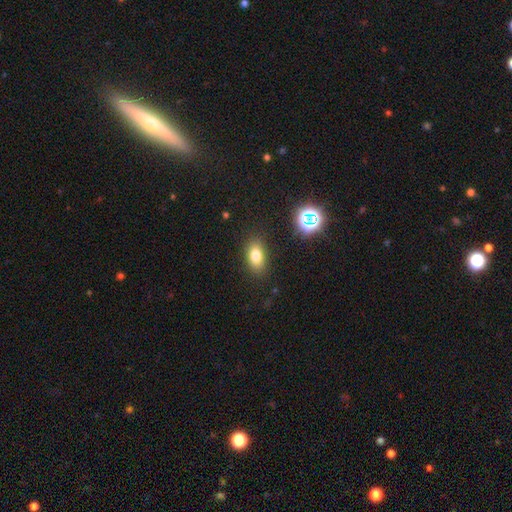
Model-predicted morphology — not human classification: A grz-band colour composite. It shows a smooth galaxy with no disk features (77%) that is in between round and cigar-shaped (84%). Merging: none (86%).